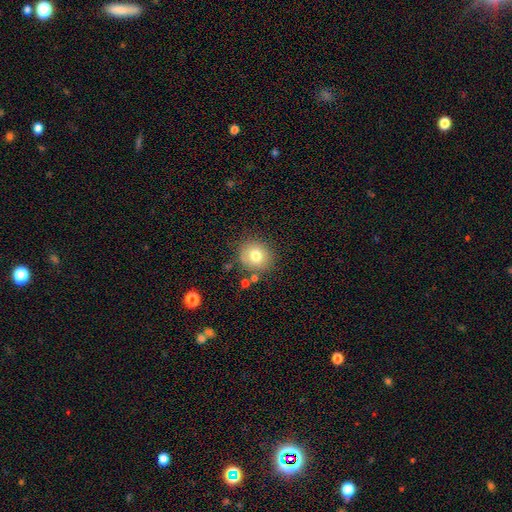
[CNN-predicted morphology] The model was most divided on "how rounded": round: 82%, in between: 17%, cigar-shaped: 1%. More confident: merging — none (80%); smooth or featured — smooth (77%).